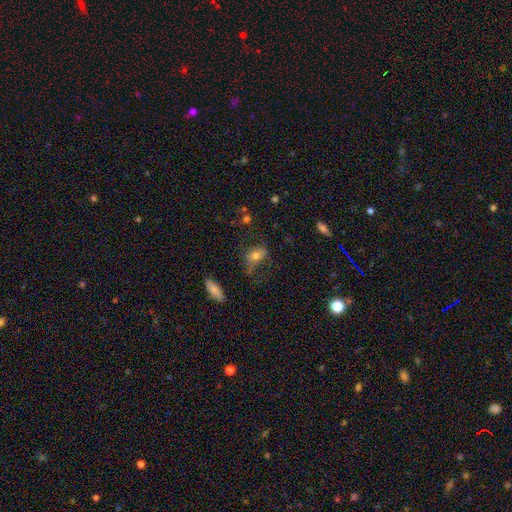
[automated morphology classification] Q: Smooth or featured?
A: smooth (65%); runner-up: featured or disk (23%)
Q: How rounded?
A: in between (77%); runner-up: round (19%)
Q: Merging?
A: none (43%); runner-up: major disturbance (27%)